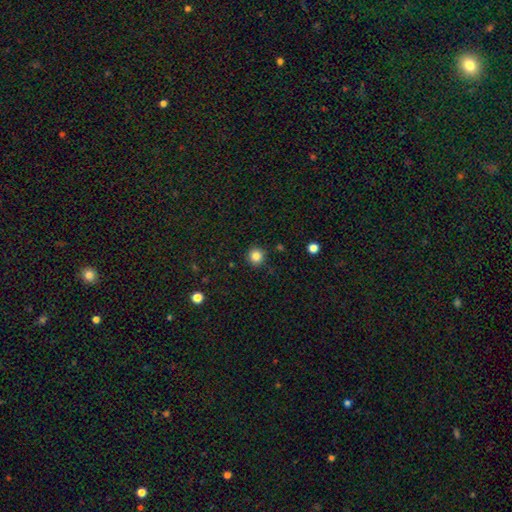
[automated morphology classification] This appears to be a smooth galaxy with no disk features (84%) that is round (94%). Merging: none (90%).